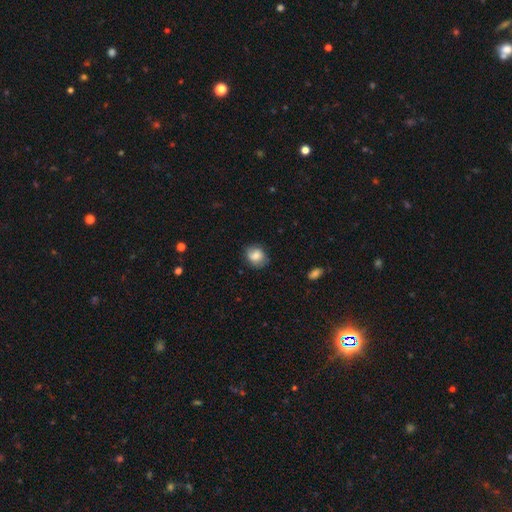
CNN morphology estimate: The model was most divided on "how rounded": round: 64%, in between: 35%, cigar-shaped: 1%. More confident: smooth or featured — smooth (76%); merging — none (73%).